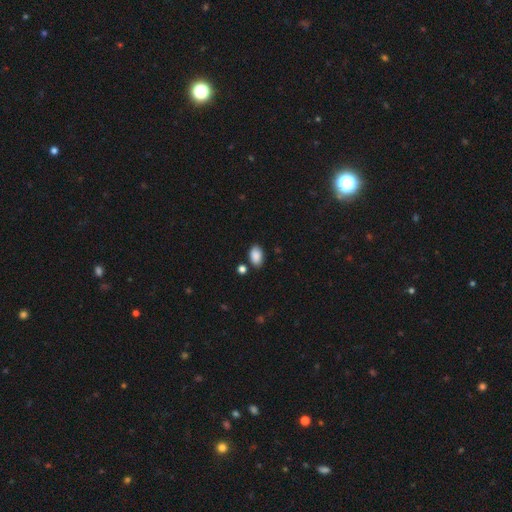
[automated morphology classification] Overall: smooth (88%). How rounded: in between (89%). Merging: none (80%).